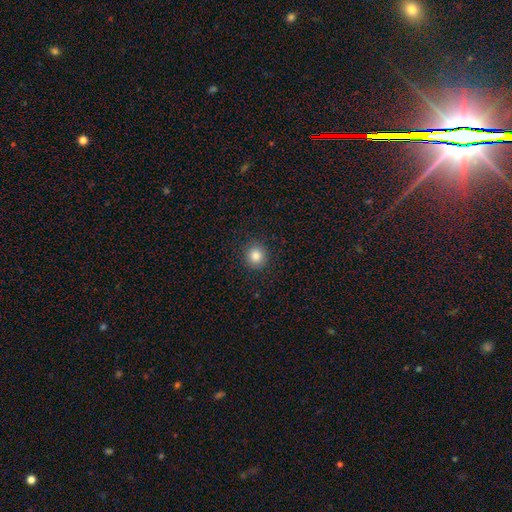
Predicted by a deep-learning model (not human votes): smooth 84%, star or artifact 11%, featured or disk 6%. Down the decision tree: how rounded — round (90%); merging — none (91%).